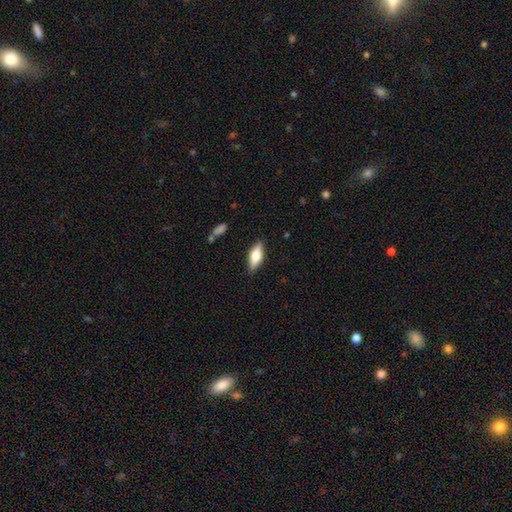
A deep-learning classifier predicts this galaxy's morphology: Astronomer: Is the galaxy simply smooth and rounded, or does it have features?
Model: smooth — 66%.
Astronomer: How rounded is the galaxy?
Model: in between — 72%.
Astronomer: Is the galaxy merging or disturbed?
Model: none — 84%.